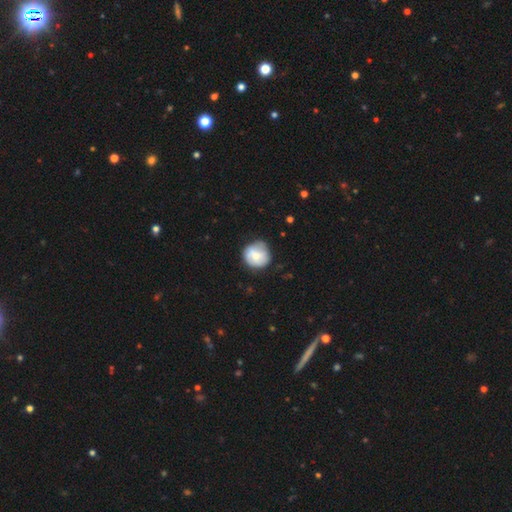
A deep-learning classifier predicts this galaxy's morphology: smooth 67%, featured or disk 26%, star or artifact 7%. Down the decision tree: how rounded — round (90%); merging — none (68%).